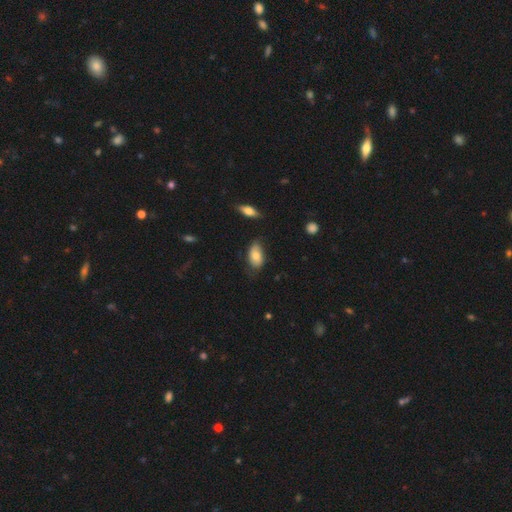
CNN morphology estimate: Smooth or featured: smooth — 76% (featured or disk — 17%)
How rounded: in between — 92% (round — 5%)
Merging: none — 64% (minor disturbance — 27%)